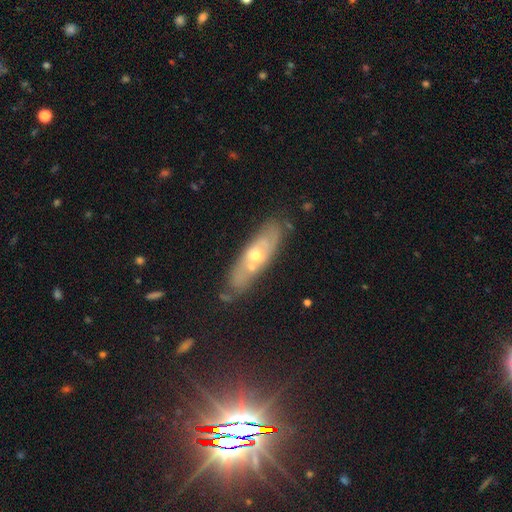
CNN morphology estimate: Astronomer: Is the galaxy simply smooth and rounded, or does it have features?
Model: featured or disk — 64%.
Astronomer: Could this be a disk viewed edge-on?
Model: no — 68%.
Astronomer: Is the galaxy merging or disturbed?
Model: none — 69%.